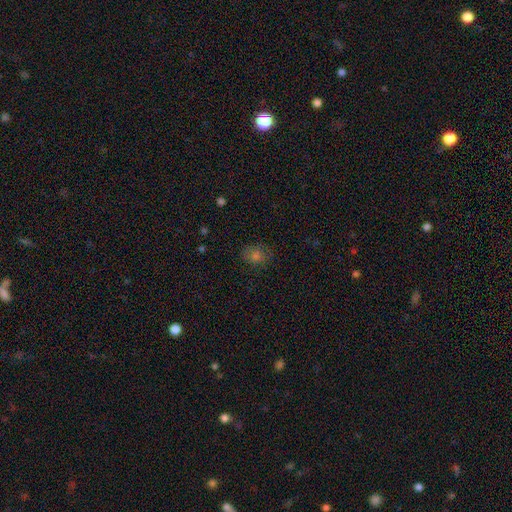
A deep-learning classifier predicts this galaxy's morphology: Smooth or featured? Predicted: smooth (p=0.64). How rounded? Predicted: in between (p=0.50). Merging? Predicted: none (p=0.77).